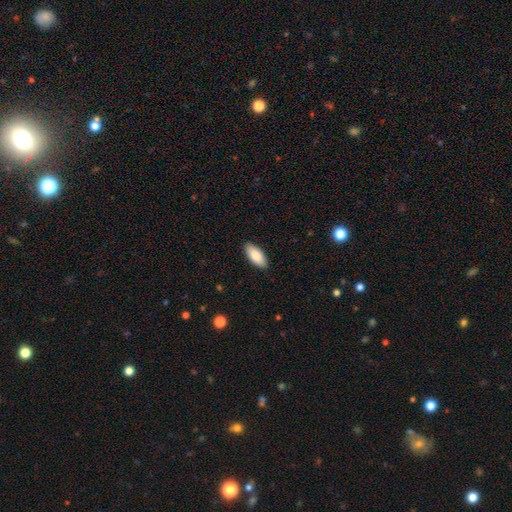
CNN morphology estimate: A smooth galaxy with no disk features (86%) that is in between round and cigar-shaped (88%). Merging: none (89%).